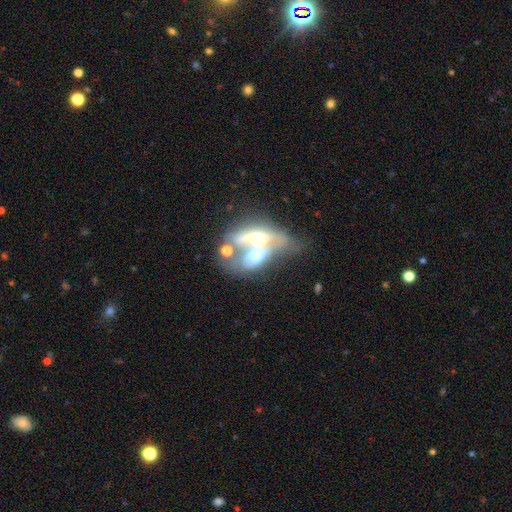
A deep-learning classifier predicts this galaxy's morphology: Smooth or featured?
  - featured or disk: 56% *
  - smooth: 31%
  - star or artifact: 13%
Edge-on disk?
  - no: 81% *
  - yes: 19%
Merging?
  - merger: 61% *
  - major disturbance: 20%
  - none: 12%
  - minor disturbance: 7%